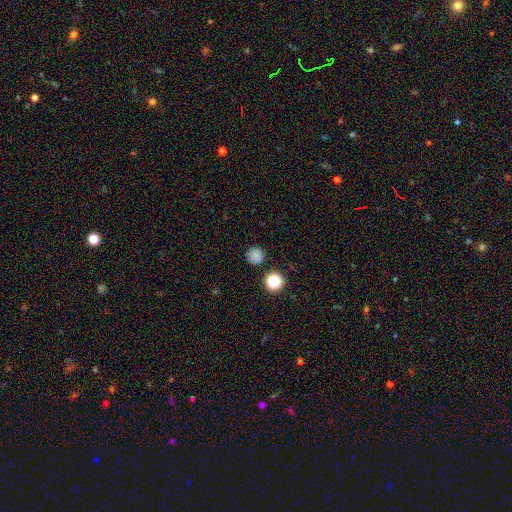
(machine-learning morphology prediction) type=smooth (79%); roundness=round (94%); merging=none (87%).